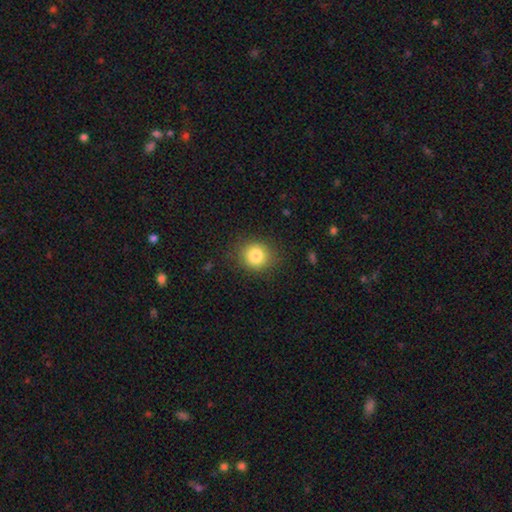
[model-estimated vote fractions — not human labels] Overall: smooth (82%). How rounded: round (84%). Merging: none (86%).